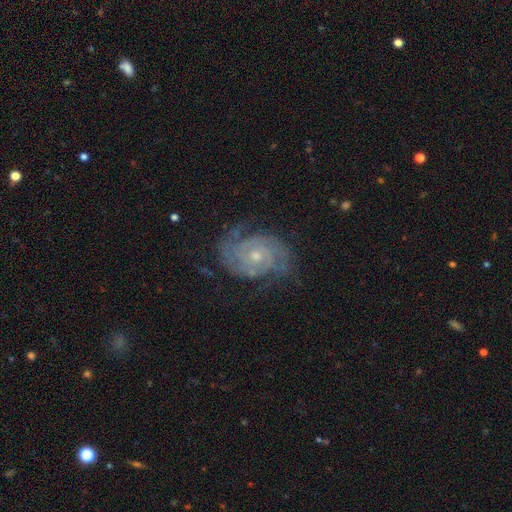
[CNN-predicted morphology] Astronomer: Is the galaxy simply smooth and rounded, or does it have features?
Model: featured or disk — 88%.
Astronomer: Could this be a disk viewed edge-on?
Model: no — 97%.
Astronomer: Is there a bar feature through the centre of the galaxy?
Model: no — 73%.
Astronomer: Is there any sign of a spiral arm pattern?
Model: yes — 97%.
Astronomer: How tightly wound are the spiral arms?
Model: tight — 68%.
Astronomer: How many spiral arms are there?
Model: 2 — 49%.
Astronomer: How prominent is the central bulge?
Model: small — 59% (runner-up: moderate, 37%).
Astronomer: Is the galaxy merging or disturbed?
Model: none — 73%.